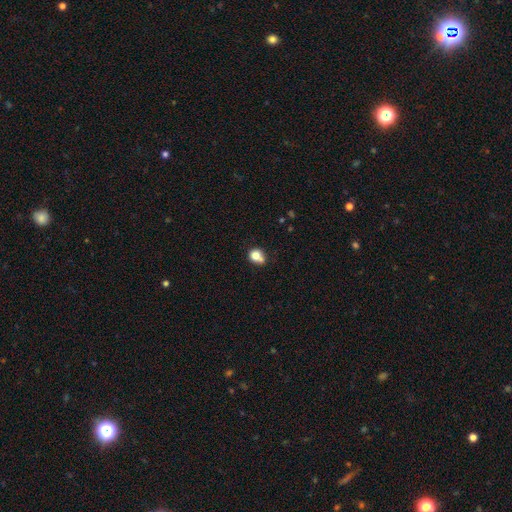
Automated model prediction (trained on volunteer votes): Smooth or featured? Predicted: smooth (p=0.77). How rounded? Predicted: round (p=0.65). Merging? Predicted: none (p=0.46).